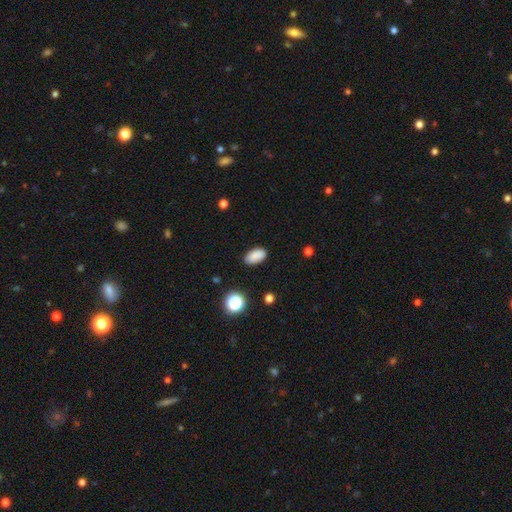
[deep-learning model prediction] smooth-or-featured: smooth: 86% | star or artifact: 10% | featured or disk: 5%
  how-rounded: in between: 93% | round: 5% | cigar-shaped: 2%
  merging: none: 84% | minor disturbance: 12% | major disturbance: 3% | merger: 1%